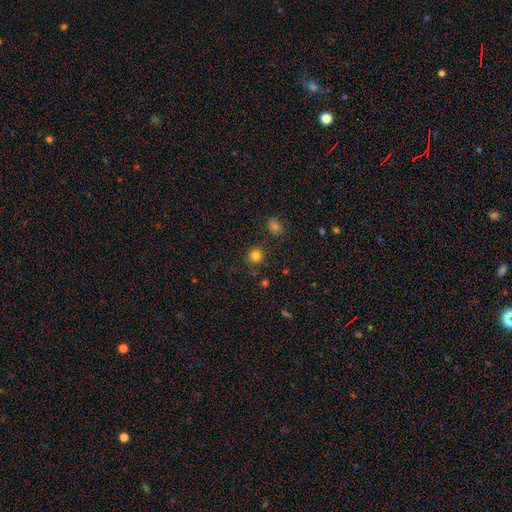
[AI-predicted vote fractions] The model was most divided on "smooth or featured": smooth: 81%, star or artifact: 14%, featured or disk: 5%. More confident: how rounded — round (92%); merging — none (86%).